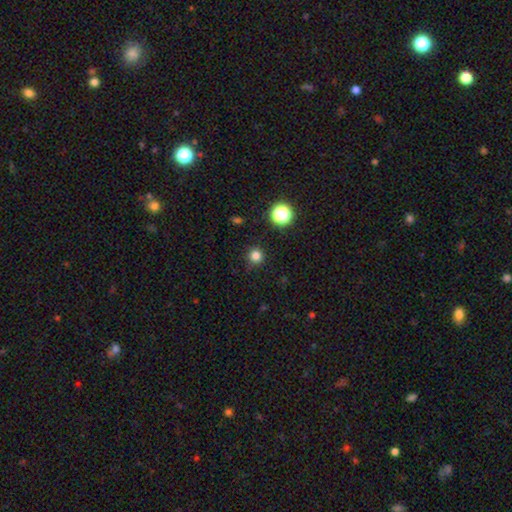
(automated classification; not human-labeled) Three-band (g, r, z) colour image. It shows a smooth galaxy with no disk features (80%) that is round (95%). Merging: none (89%).